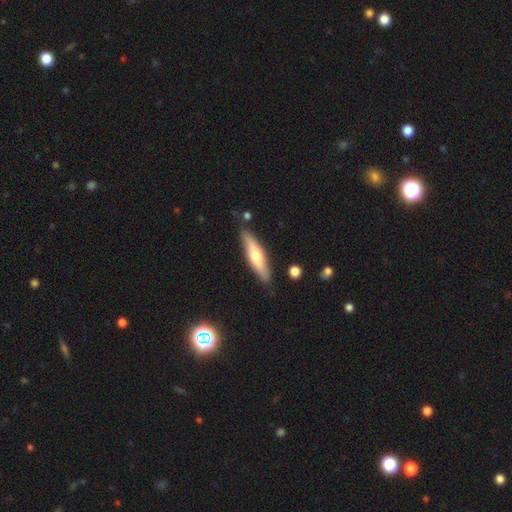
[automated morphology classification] Overall: smooth (49%; featured or disk 45%). Merging: none (85%).